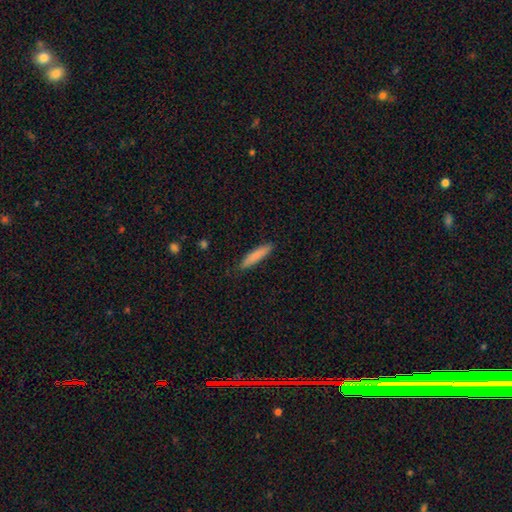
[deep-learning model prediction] This appears to be a smooth galaxy with no disk features (83%) that is cigar-shaped (88%). Merging: none (86%).